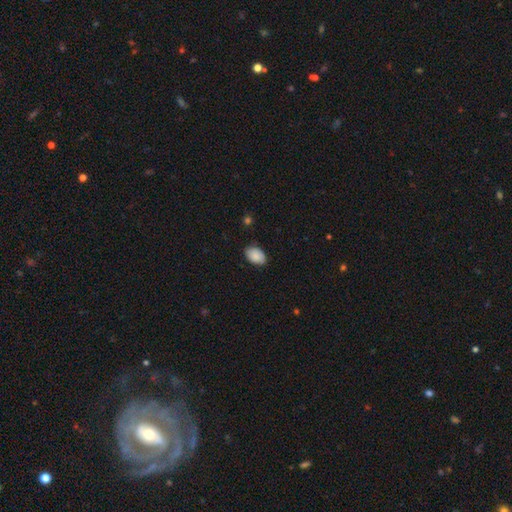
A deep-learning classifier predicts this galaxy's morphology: type=smooth (89%); roundness=in between (89%); merging=none (85%).